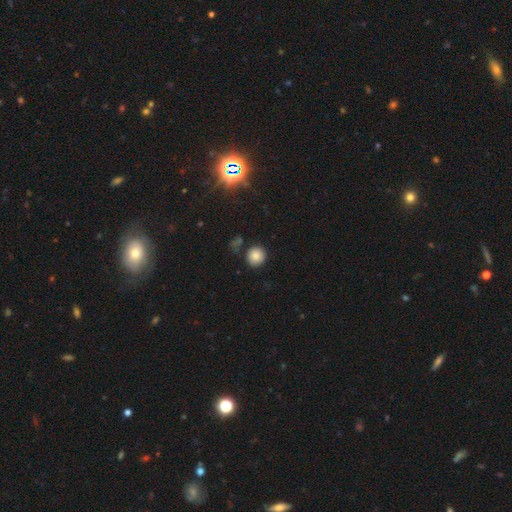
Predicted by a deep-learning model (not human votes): Smooth or featured? Predicted: smooth (p=0.84). How rounded? Predicted: round (p=0.91). Merging? Predicted: none (p=0.82).